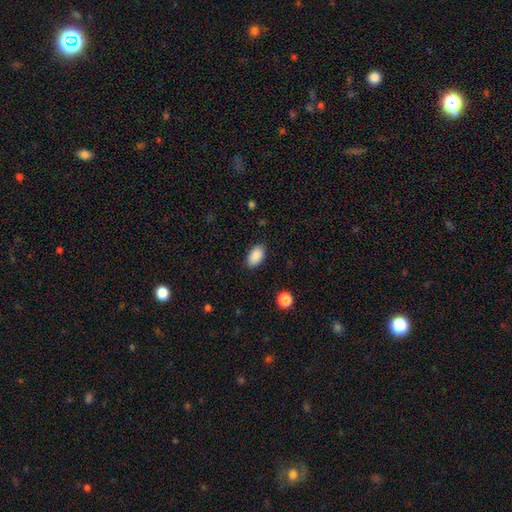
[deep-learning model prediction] smooth 90%, star or artifact 8%, featured or disk 3%. Down the decision tree: how rounded — in between (94%); merging — none (88%).